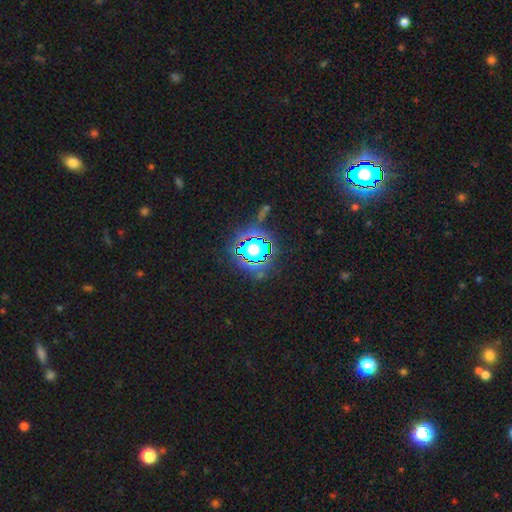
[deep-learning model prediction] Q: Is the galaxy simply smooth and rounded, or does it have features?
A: star or artifact — 80%.